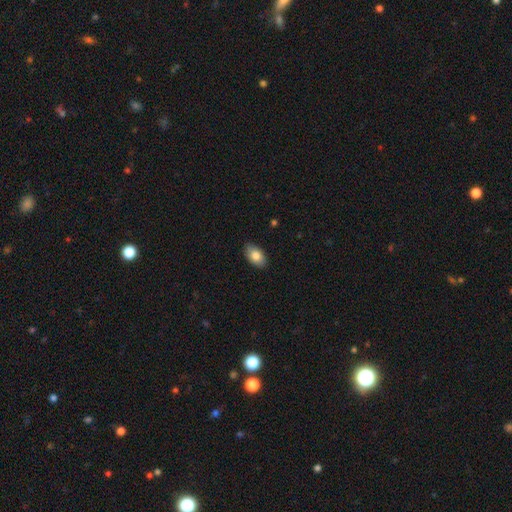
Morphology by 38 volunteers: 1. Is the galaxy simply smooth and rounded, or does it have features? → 84% smooth, 8% featured or disk, 8% star or artifact.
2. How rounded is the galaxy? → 97% in between, 3% round, 0% cigar-shaped.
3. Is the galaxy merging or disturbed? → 97% none, 3% major disturbance, 0% minor disturbance, 0% merger.